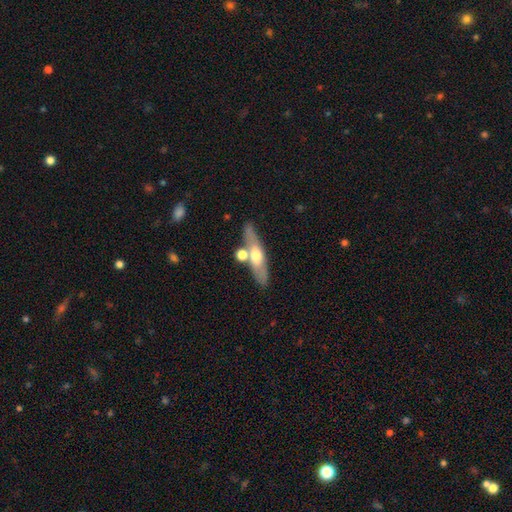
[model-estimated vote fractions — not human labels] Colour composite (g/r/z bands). It shows a featured or disk galaxy (48%). Merging: none (65%).